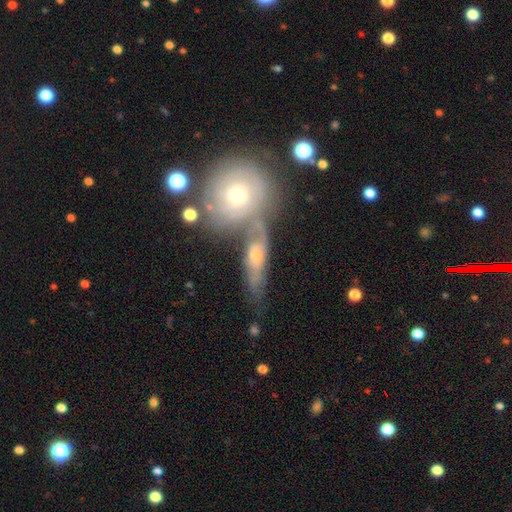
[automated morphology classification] Smooth or featured: featured or disk — 51% (smooth — 40%)
Edge-on disk: no — 78% (yes — 22%)
Merging: merger — 52% (none — 27%)